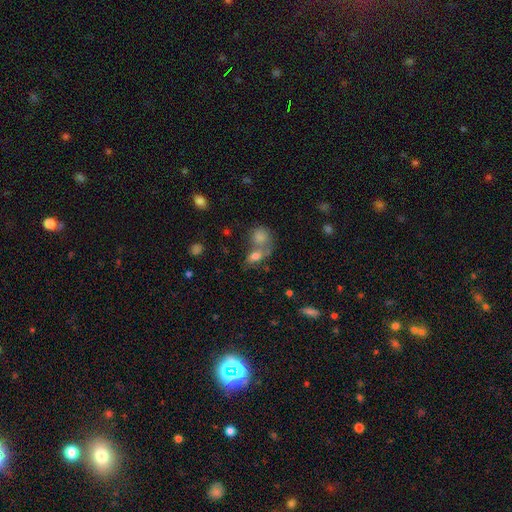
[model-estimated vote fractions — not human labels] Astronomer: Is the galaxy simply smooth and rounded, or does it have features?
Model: smooth — 72%.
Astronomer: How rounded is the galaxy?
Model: in between — 68%.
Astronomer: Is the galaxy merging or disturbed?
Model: merger — 56%.